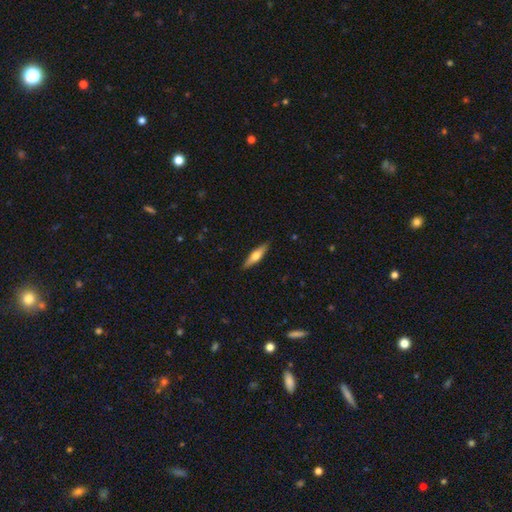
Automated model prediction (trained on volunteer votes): The model was most divided on "smooth or featured": smooth: 52%, featured or disk: 43%, star or artifact: 6%. More confident: merging — none (89%); how rounded — cigar-shaped (72%).